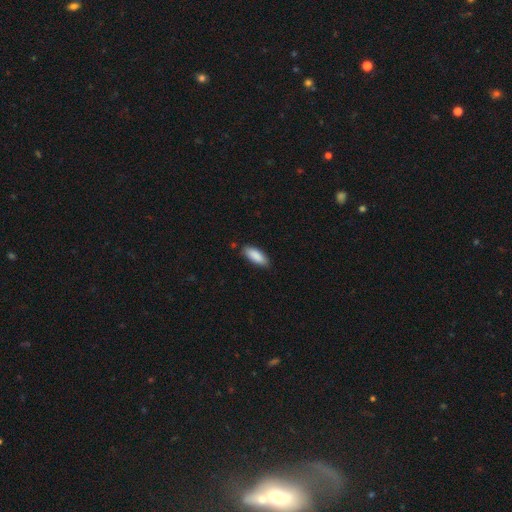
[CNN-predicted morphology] Smooth or featured: smooth — 89% (star or artifact — 6%)
How rounded: in between — 76% (cigar-shaped — 22%)
Merging: none — 83% (minor disturbance — 14%)